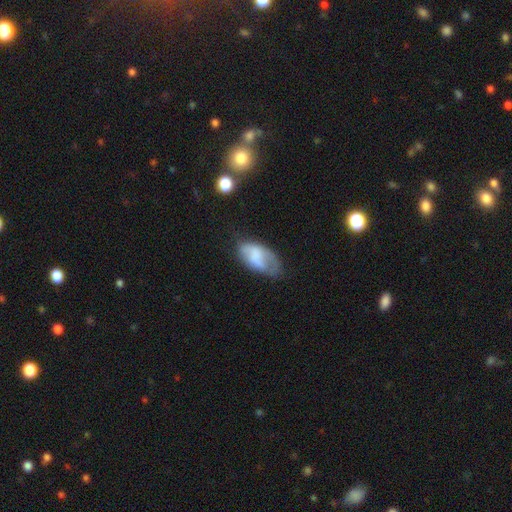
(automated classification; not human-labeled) This appears to be a smooth galaxy with no disk features (65%) that is in between round and cigar-shaped (94%). Merging: none (42%).